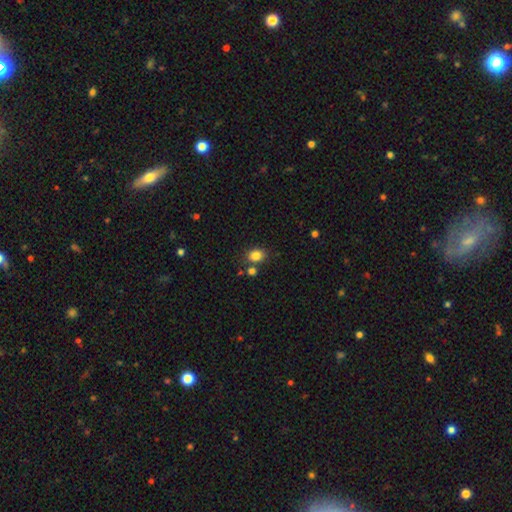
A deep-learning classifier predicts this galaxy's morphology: Smooth or featured? smooth (83%)
How rounded? in between (60%)
Merging? none (72%)